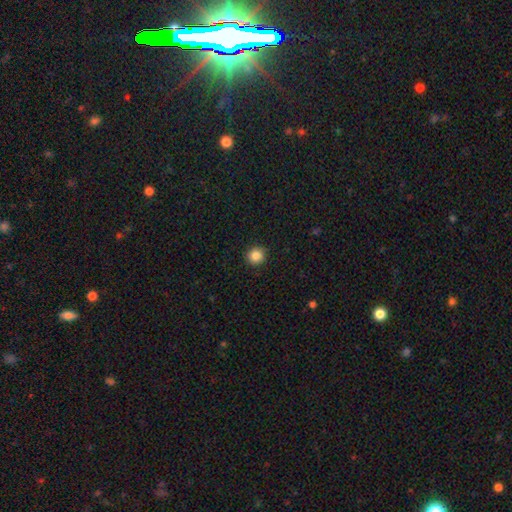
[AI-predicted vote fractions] Smooth or featured: smooth — 86% (star or artifact — 10%)
How rounded: round — 93% (in between — 6%)
Merging: none — 92% (minor disturbance — 5%)